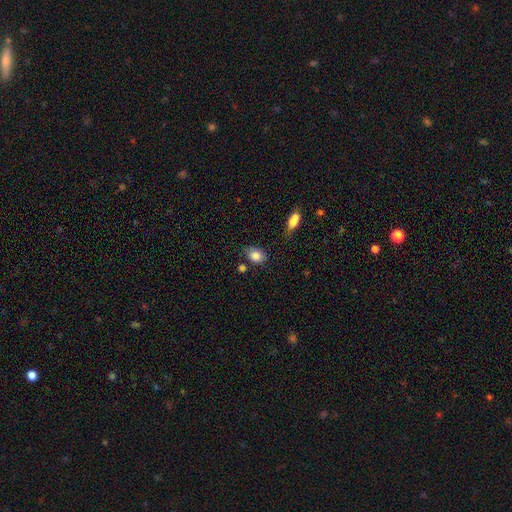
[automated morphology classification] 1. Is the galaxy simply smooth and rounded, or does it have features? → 84% smooth, 8% featured or disk, 8% star or artifact.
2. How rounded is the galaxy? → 72% in between, 27% round, 1% cigar-shaped.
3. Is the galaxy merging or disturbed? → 69% none, 20% minor disturbance, 6% merger, 4% major disturbance.